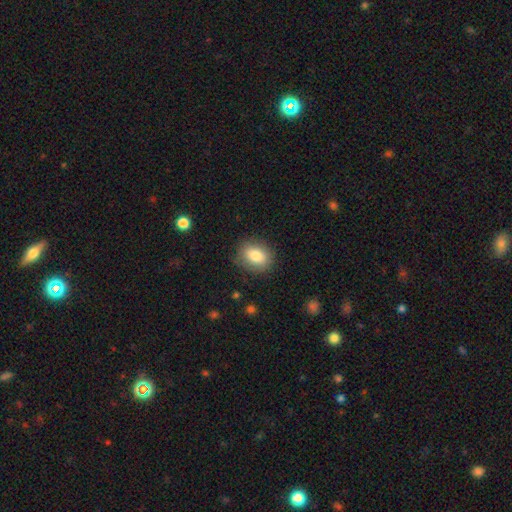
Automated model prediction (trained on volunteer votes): This is clearly a smooth galaxy (83%). How rounded: possibly in between (56%). Merging: clearly none (84%).